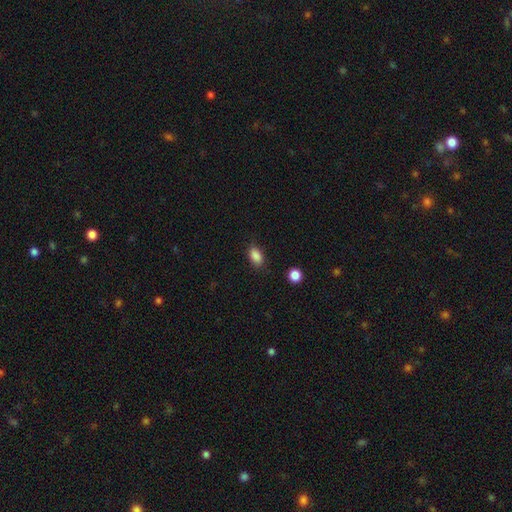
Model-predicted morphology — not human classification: Overall: smooth (87%). How rounded: in between (86%). Merging: none (81%).